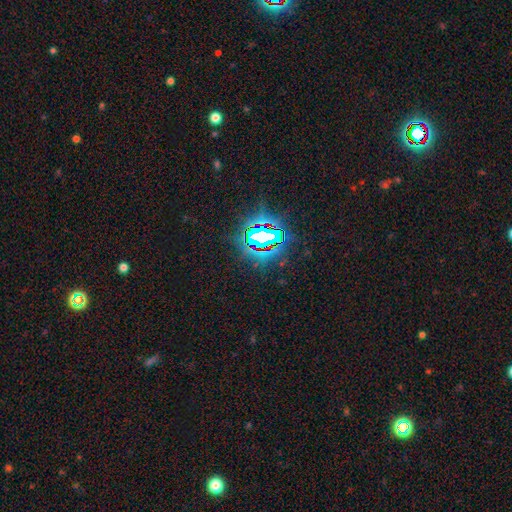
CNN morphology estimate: The model was most divided on "smooth or featured": star or artifact: 83%, smooth: 10%, featured or disk: 7%.